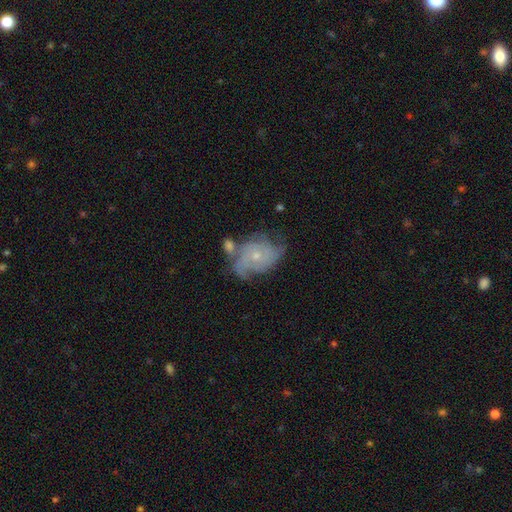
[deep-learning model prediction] A featured or disk galaxy (77%) with no bar (79%), tight (43%) spiral arms (89%) and a small central bulge (71%). Merging: none (44%).